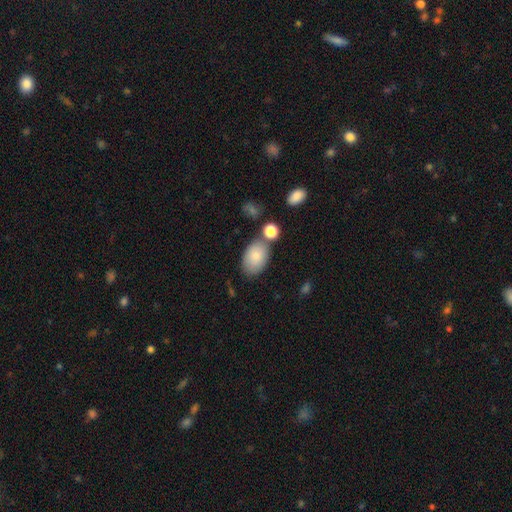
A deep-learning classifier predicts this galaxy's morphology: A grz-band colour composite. It shows a smooth galaxy with no disk features (81%) that is in between round and cigar-shaped (89%). Merging: none (67%).